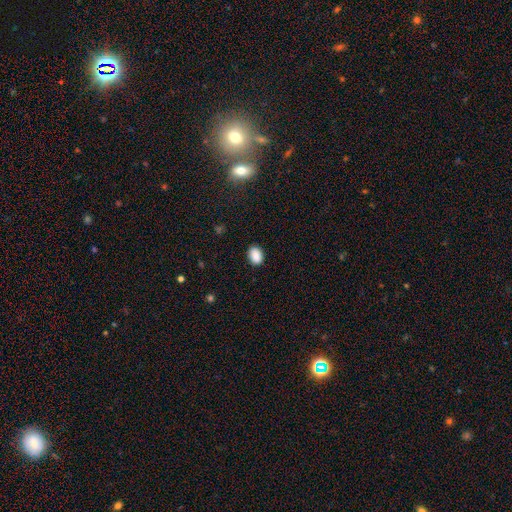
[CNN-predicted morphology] Smooth or featured?
  - smooth: 89% *
  - star or artifact: 8%
  - featured or disk: 3%
How rounded?
  - in between: 76% *
  - round: 23%
  - cigar-shaped: 1%
Merging?
  - none: 88% *
  - minor disturbance: 9%
  - major disturbance: 2%
  - merger: 1%